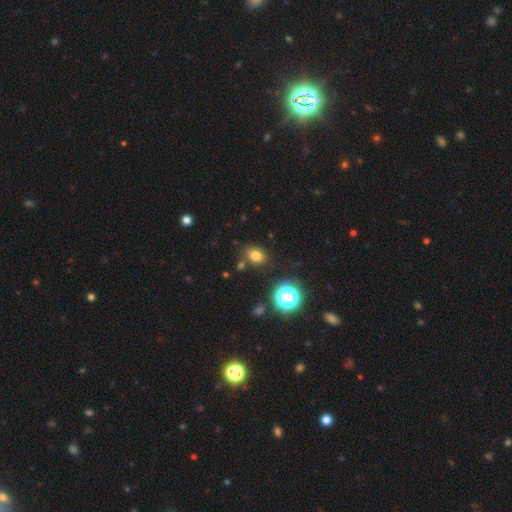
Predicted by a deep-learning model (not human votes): A smooth galaxy with no disk features (75%) that is in between round and cigar-shaped (53%). Merging: none (80%).